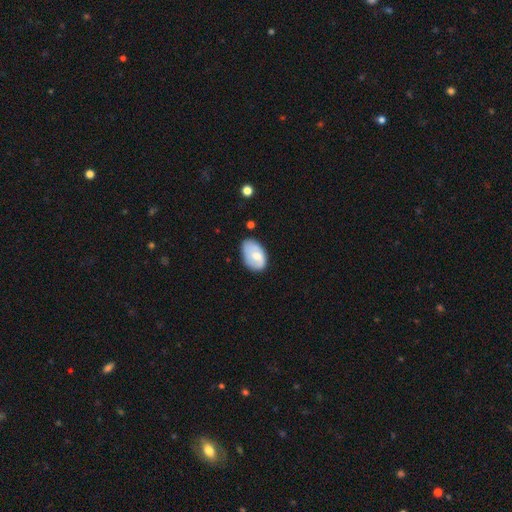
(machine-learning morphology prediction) Overall: smooth (67%; featured or disk 27%). How rounded: in between (91%). Merging: none (58%; minor disturbance 32%).